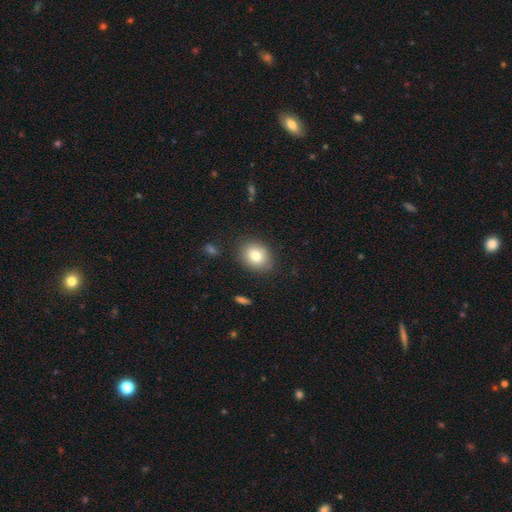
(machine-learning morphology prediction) Smooth or featured? Predicted: smooth (p=0.79). How rounded? Predicted: round (p=0.51). Merging? Predicted: none (p=0.84).